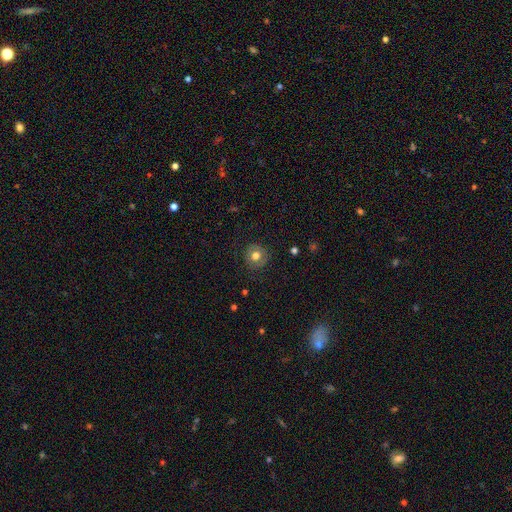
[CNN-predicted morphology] smooth_or_featured: smooth (p=0.70) [alt: featured or disk p=0.19]
how_rounded: round (p=0.90) [alt: in between p=0.09]
merging: none (p=0.83) [alt: minor disturbance p=0.12]